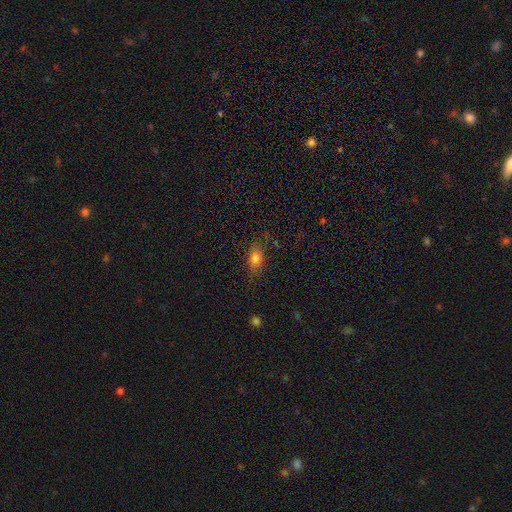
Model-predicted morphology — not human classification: type=smooth (69%); roundness=in between (70%); merging=none (76%).